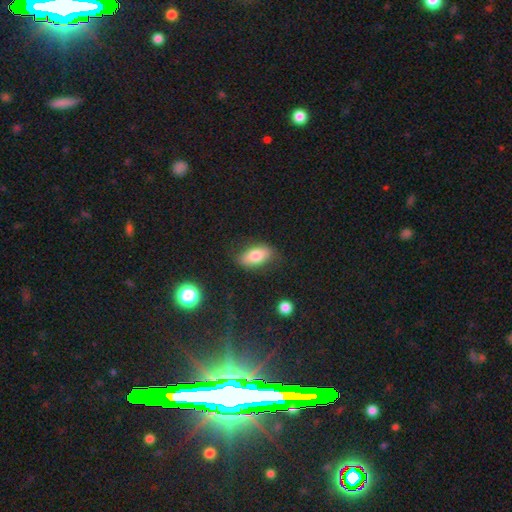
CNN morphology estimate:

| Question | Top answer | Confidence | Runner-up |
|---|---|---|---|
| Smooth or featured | smooth | 75% | featured or disk (18%) |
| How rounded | in between | 88% | cigar-shaped (8%) |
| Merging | none | 76% | minor disturbance (17%) |